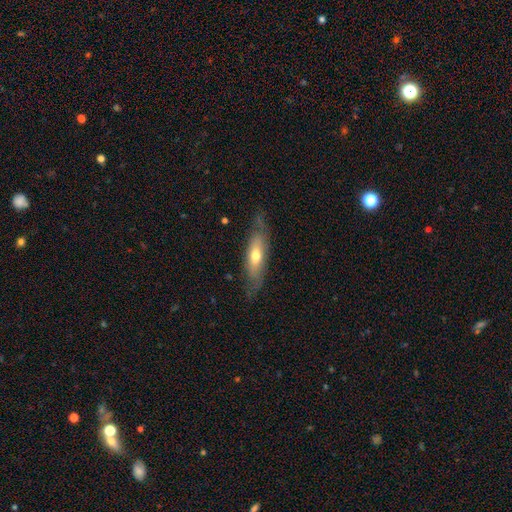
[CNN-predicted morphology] smooth-or-featured: smooth: 51% | featured or disk: 44% | star or artifact: 6%
  how-rounded: cigar-shaped: 55% | in between: 42% | round: 2%
  merging: none: 72% | minor disturbance: 21% | major disturbance: 6% | merger: 1%